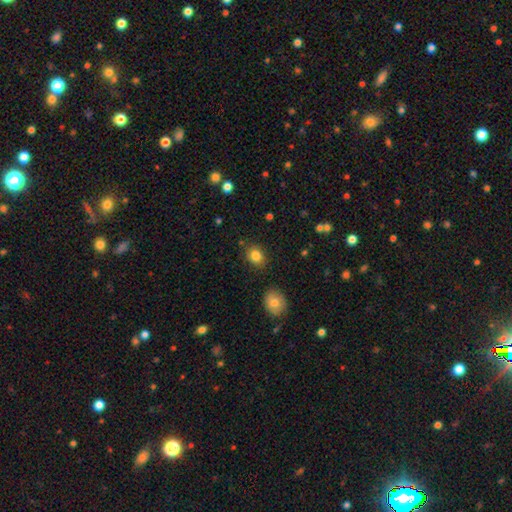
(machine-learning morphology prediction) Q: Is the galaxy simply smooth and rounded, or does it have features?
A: smooth — 84%.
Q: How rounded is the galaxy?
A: round — 51%.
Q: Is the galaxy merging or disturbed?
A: none — 84%.